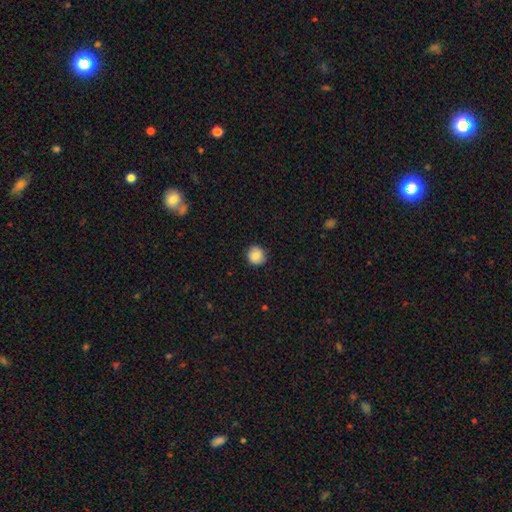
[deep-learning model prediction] Smooth or featured? smooth (86%)
How rounded? round (91%)
Merging? none (89%)